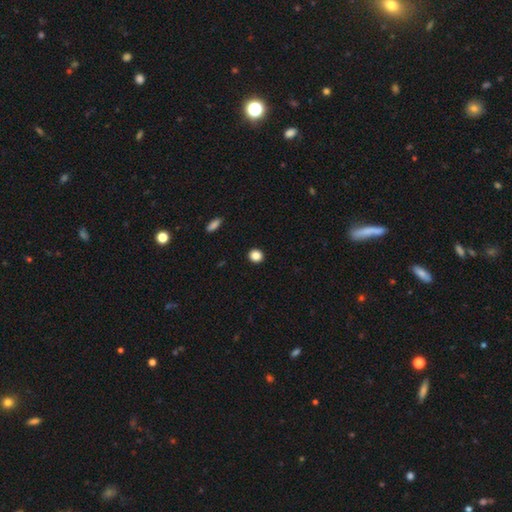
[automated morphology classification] Smooth or featured? smooth (86%)
How rounded? round (89%)
Merging? none (93%)